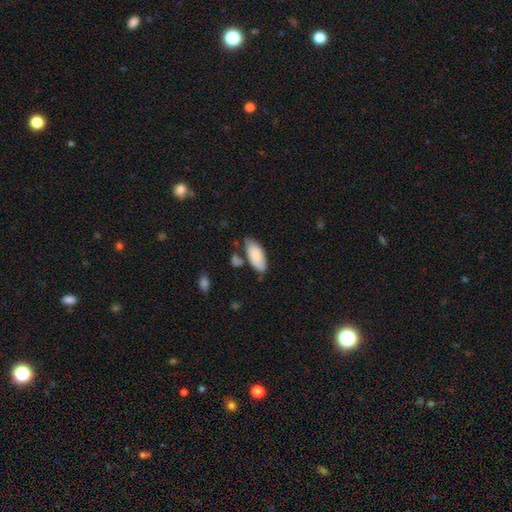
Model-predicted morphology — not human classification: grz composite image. It shows a smooth galaxy with no disk features (85%) that is in between round and cigar-shaped (89%). Merging: none (60%).